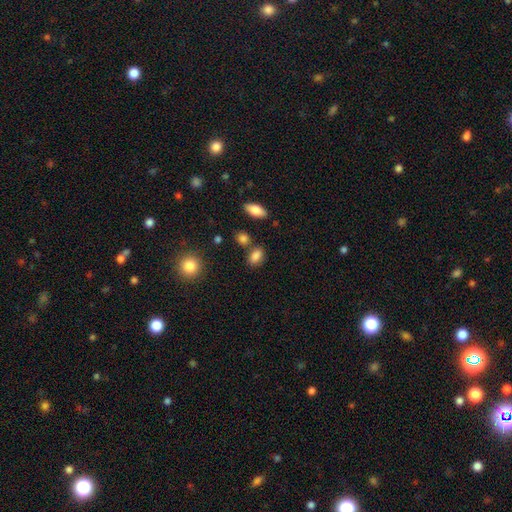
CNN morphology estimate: Overall: smooth (84%). How rounded: in between (82%). Merging: none (71%).